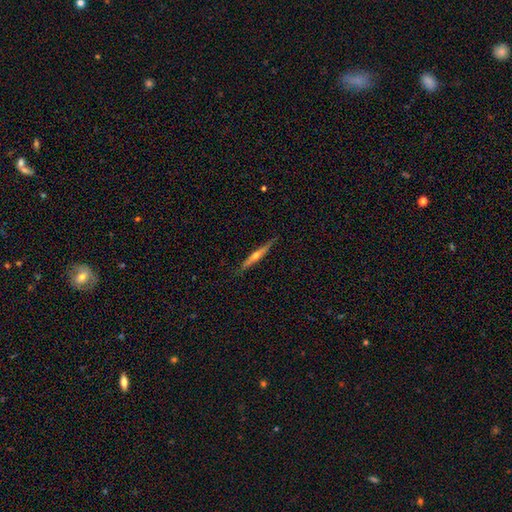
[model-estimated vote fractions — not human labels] smooth_or_featured: featured or disk (p=0.65) [alt: smooth p=0.29]
disk_edge_on: yes (p=0.97) [alt: no p=0.03]
edge_on_bulge: rounded (p=0.85) [alt: none p=0.11]
merging: none (p=0.86) [alt: minor disturbance p=0.11]